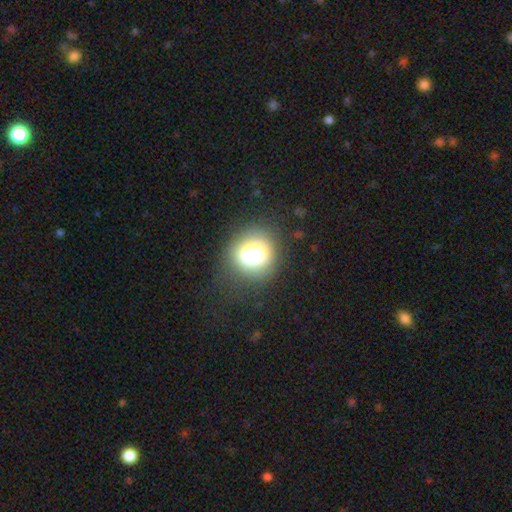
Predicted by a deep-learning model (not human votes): smooth 76%, featured or disk 12%, star or artifact 12%. Down the decision tree: how rounded — round (71%); merging — none (73%).